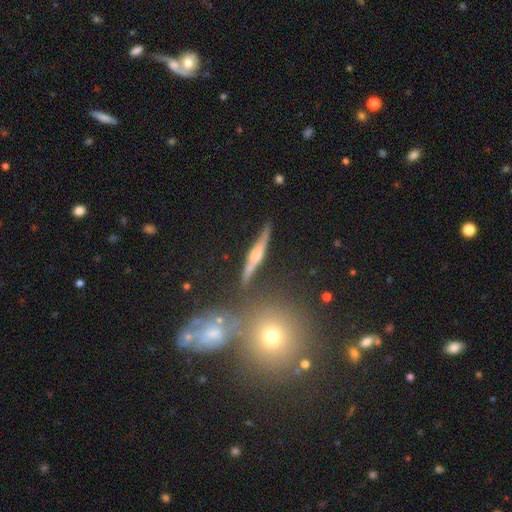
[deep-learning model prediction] This appears to be a featured or disk galaxy (70%) viewed edge-on (88%) with a rounded central bulge (67%). Merging: none (70%).